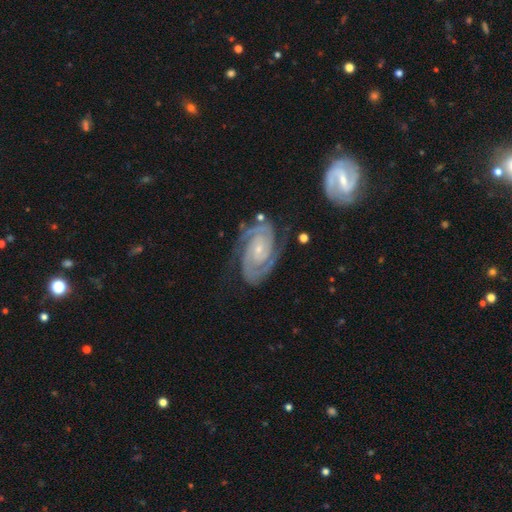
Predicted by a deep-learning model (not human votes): smooth_or_featured: featured or disk (p=0.86) [alt: star or artifact p=0.08]
disk_edge_on: no (p=0.97) [alt: yes p=0.03]
bar: no (p=0.60) [alt: weak p=0.30]
has_spiral_arms: yes (p=0.97) [alt: no p=0.03]
spiral_winding: tight (p=0.65) [alt: medium p=0.29]
spiral_arm_count: 2 (p=0.66) [alt: 3 p=0.14]
bulge_size: small (p=0.64) [alt: moderate p=0.28]
merging: none (p=0.76) [alt: minor disturbance p=0.15]